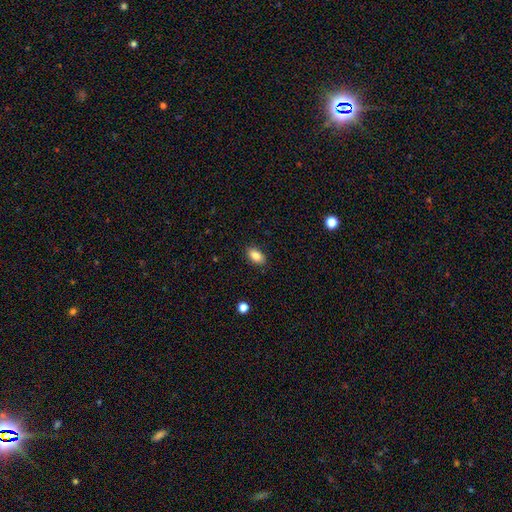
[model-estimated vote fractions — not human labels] The model was most divided on "smooth or featured": smooth: 85%, star or artifact: 8%, featured or disk: 7%. More confident: how rounded — in between (91%); merging — none (88%).